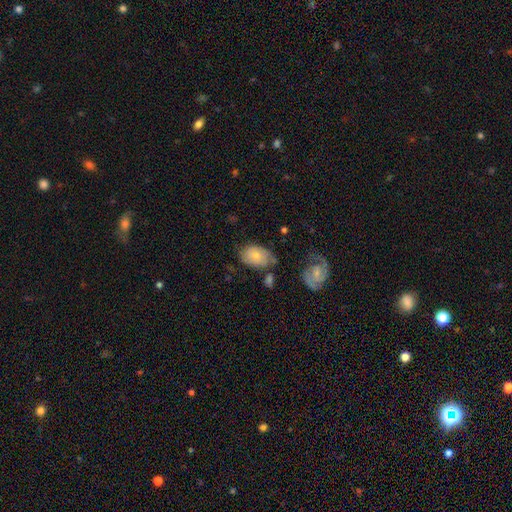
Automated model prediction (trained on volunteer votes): Smooth or featured?
  - smooth: 71% *
  - featured or disk: 22%
  - star or artifact: 7%
How rounded?
  - in between: 85% *
  - round: 13%
  - cigar-shaped: 1%
Merging?
  - none: 52% *
  - minor disturbance: 28%
  - major disturbance: 11%
  - merger: 10%